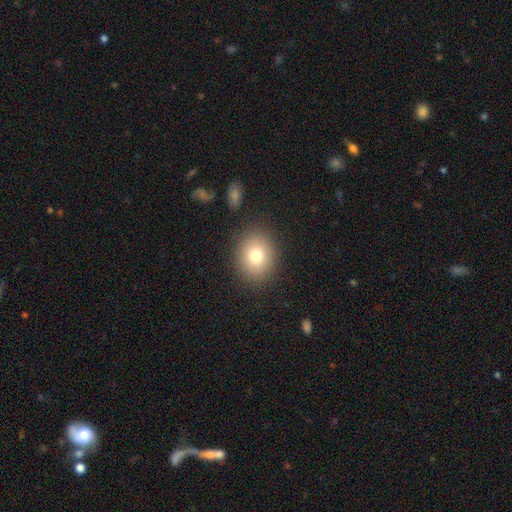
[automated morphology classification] Smooth or featured?
  - smooth: 79% *
  - featured or disk: 11%
  - star or artifact: 10%
How rounded?
  - round: 55% *
  - in between: 44%
  - cigar-shaped: 1%
Merging?
  - none: 86% *
  - minor disturbance: 9%
  - major disturbance: 3%
  - merger: 2%